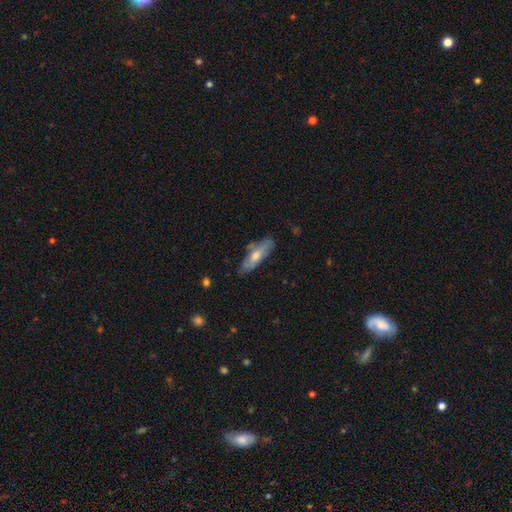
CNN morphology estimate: Smooth or featured?
  - smooth: 57% *
  - featured or disk: 37%
  - star or artifact: 6%
How rounded?
  - cigar-shaped: 51% *
  - in between: 47%
  - round: 2%
Merging?
  - none: 71% *
  - minor disturbance: 20%
  - major disturbance: 4%
  - merger: 4%